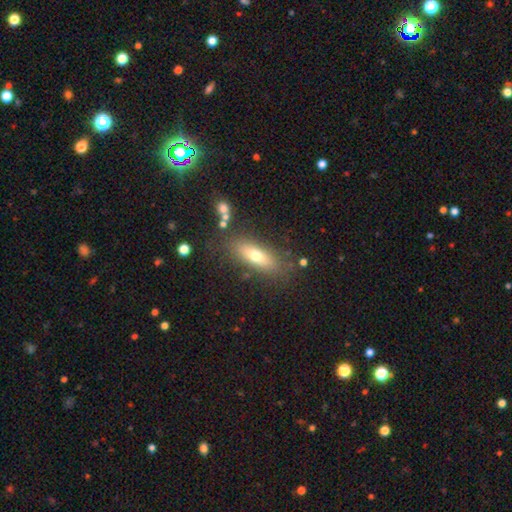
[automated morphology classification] type=smooth (64%); roundness=in between (59%); merging=none (78%).